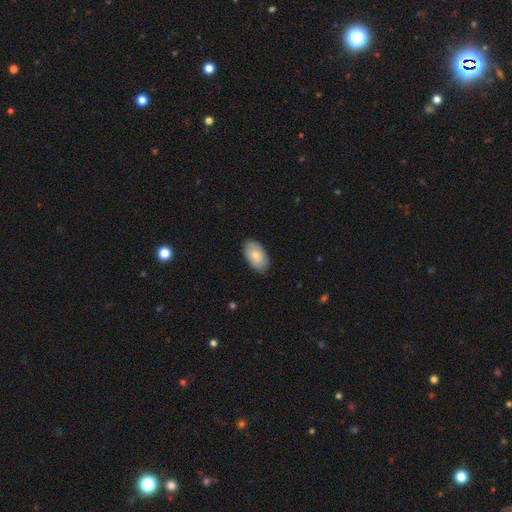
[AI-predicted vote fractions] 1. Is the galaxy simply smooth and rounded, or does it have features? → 81% smooth, 13% featured or disk, 6% star or artifact.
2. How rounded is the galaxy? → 95% in between, 4% round, 1% cigar-shaped.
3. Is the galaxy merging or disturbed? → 85% none, 12% minor disturbance, 2% major disturbance, 1% merger.